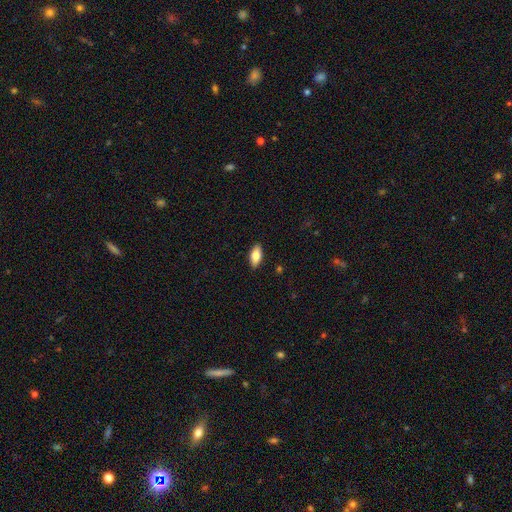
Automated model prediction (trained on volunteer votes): Smooth or featured?
  - smooth: 78% *
  - featured or disk: 16%
  - star or artifact: 6%
How rounded?
  - in between: 86% *
  - cigar-shaped: 12%
  - round: 2%
Merging?
  - none: 89% *
  - minor disturbance: 8%
  - major disturbance: 2%
  - merger: 1%